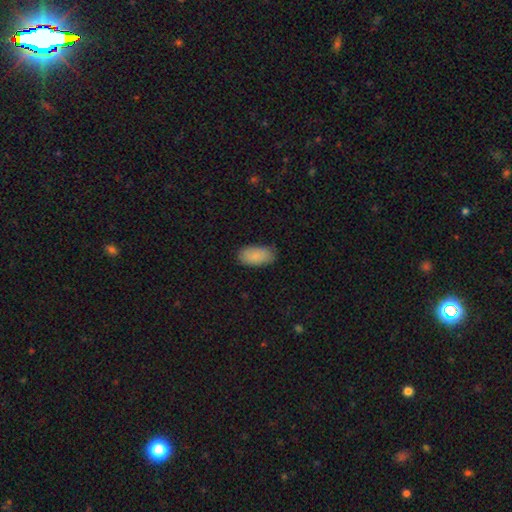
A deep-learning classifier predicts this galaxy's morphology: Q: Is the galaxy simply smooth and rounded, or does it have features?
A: smooth — 88%.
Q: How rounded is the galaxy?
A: in between — 94%.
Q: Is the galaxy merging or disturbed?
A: none — 82%.